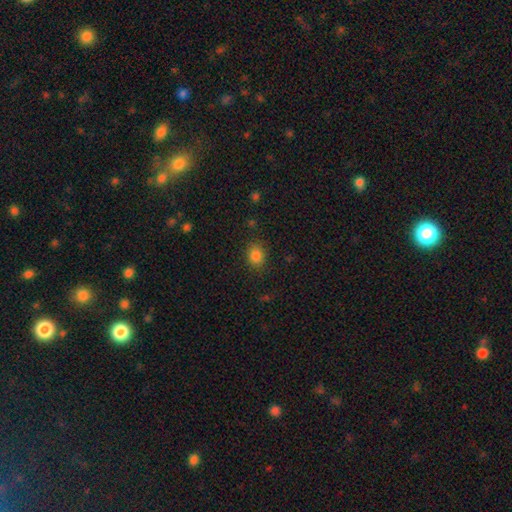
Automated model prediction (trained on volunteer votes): This is clearly a smooth galaxy (84%). How rounded: possibly round (51%). Merging: clearly none (83%).